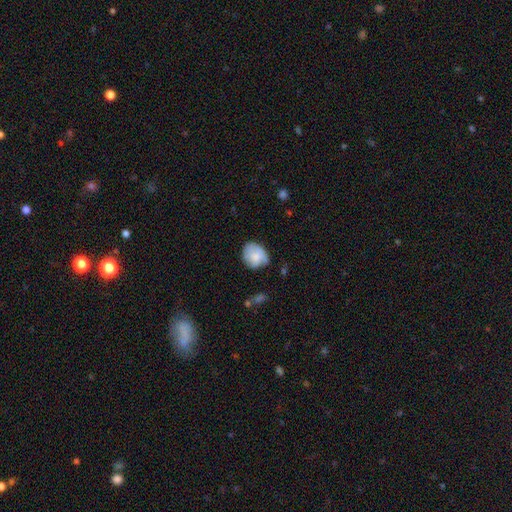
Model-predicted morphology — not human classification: This is likely a smooth galaxy (69%). How rounded: possibly round (60%). Merging: possibly none (55%).